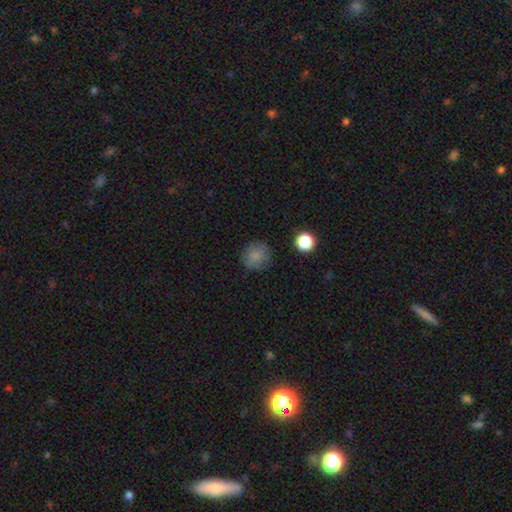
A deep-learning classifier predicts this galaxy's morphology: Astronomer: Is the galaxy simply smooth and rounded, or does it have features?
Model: smooth — 83%.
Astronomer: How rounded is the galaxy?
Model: round — 90%.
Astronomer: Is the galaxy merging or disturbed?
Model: none — 83%.